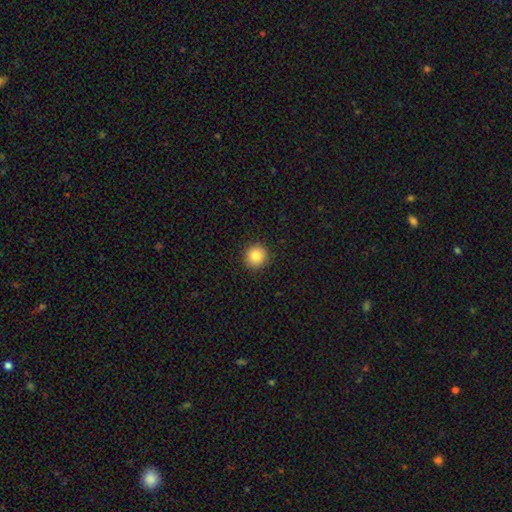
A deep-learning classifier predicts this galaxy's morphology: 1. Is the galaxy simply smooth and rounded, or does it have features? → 84% smooth, 9% star or artifact, 6% featured or disk.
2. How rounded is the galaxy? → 94% round, 5% in between, 1% cigar-shaped.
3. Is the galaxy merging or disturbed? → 91% none, 6% minor disturbance, 2% major disturbance, 1% merger.